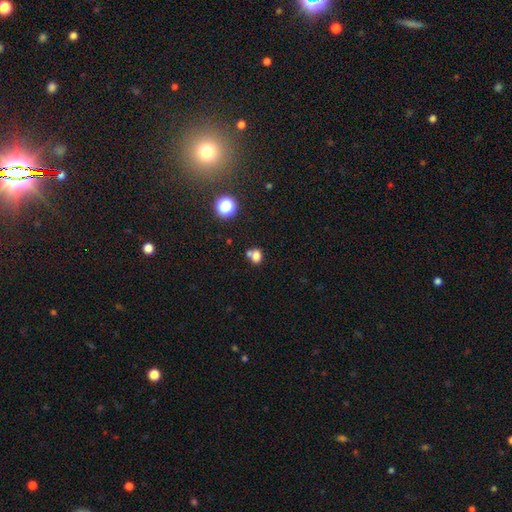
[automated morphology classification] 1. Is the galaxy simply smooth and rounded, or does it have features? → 75% smooth, 15% star or artifact, 10% featured or disk.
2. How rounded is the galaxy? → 50% in between, 49% round, 1% cigar-shaped.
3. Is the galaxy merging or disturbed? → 44% none, 38% merger, 12% minor disturbance, 5% major disturbance.